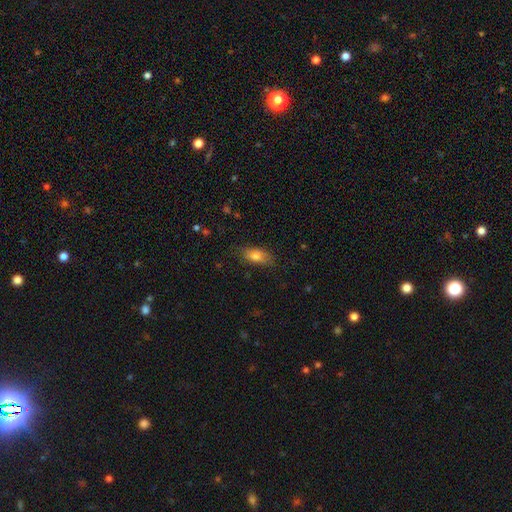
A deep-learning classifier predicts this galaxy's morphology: Smooth or featured: smooth — 80% (featured or disk — 12%)
How rounded: in between — 86% (cigar-shaped — 9%)
Merging: none — 77% (minor disturbance — 18%)